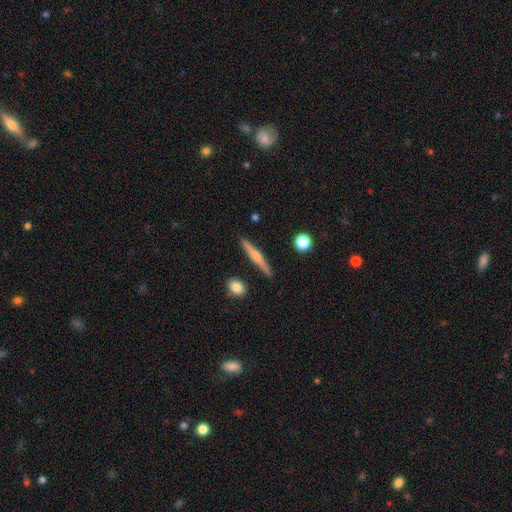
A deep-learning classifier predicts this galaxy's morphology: Smooth or featured? featured or disk (50%)
Merging? none (87%)